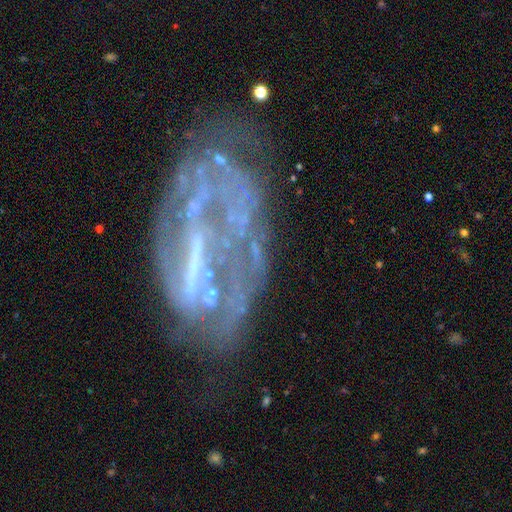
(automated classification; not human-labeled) Morphology: type=featured or disk (74%); edge-on=no (92%); bar=strong (45%); spiral arms=no (56%); bulge=none (61%); merging=none (38%).